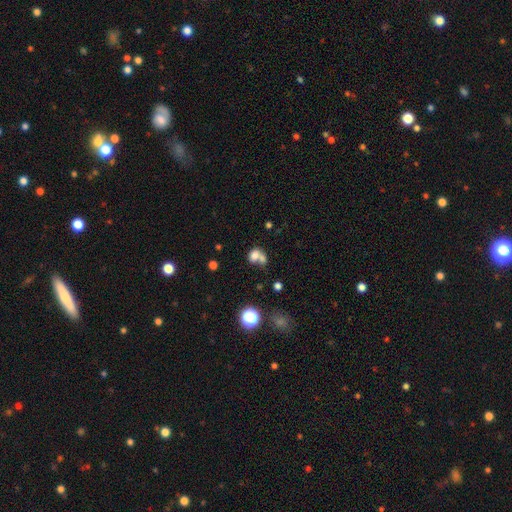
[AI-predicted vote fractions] This is likely a smooth galaxy (71%). How rounded: possibly in between (58%). Merging: likely merger (61%).